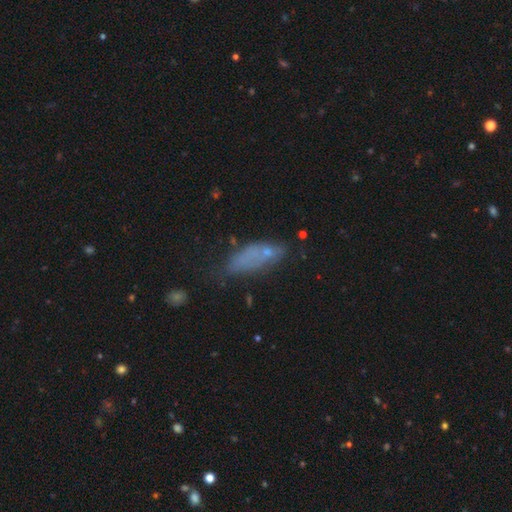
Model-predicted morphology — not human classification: The model was most divided on "merging": none: 41%, minor disturbance: 28%, major disturbance: 21%, merger: 9%. More confident: how rounded — in between (62%); smooth or featured — smooth (56%).